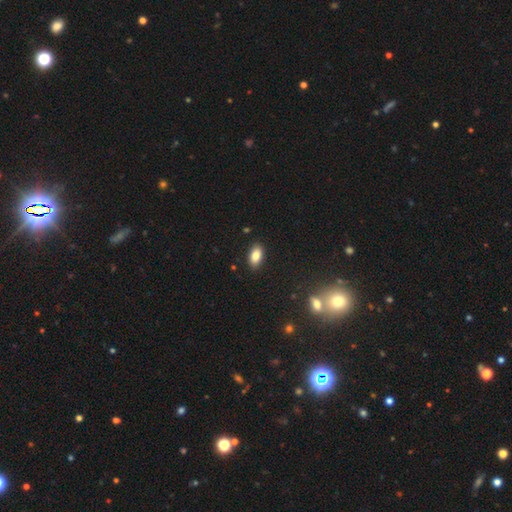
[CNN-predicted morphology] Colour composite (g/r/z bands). It shows a smooth galaxy with no disk features (83%) that is in between round and cigar-shaped (91%). Merging: none (88%).